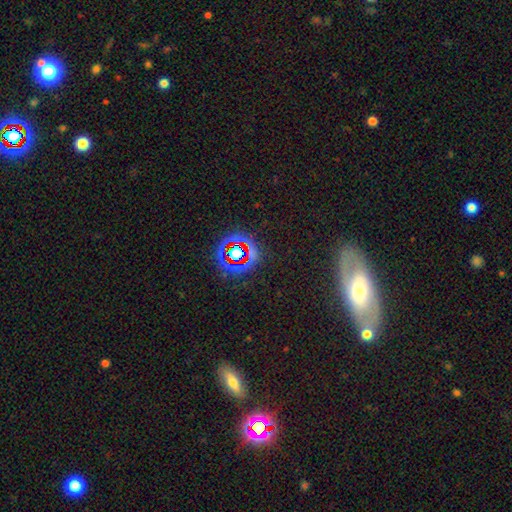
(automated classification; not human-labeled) The model was most divided on "smooth or featured": star or artifact: 40%, featured or disk: 36%, smooth: 24%.